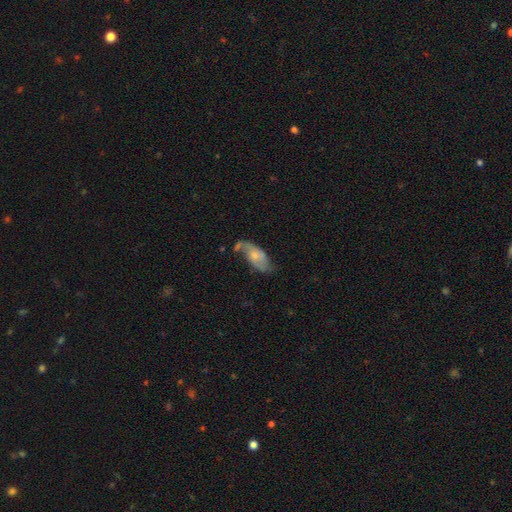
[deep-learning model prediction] This is possibly a featured or disk galaxy (59%). It is clearly not viewed edge-on (92%). Bar: likely no (68%). Spiral arm pattern: clearly yes (81%). Central bulge: possibly small (46%). Merging: marginally none (41%).